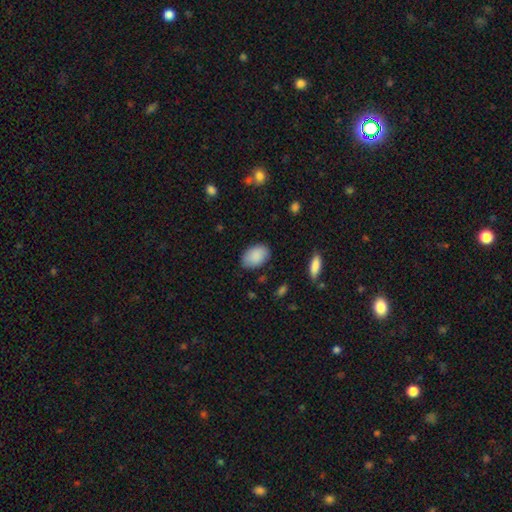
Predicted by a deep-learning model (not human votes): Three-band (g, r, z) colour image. It shows a smooth galaxy with no disk features (89%) that is in between round and cigar-shaped (89%). Merging: none (84%).